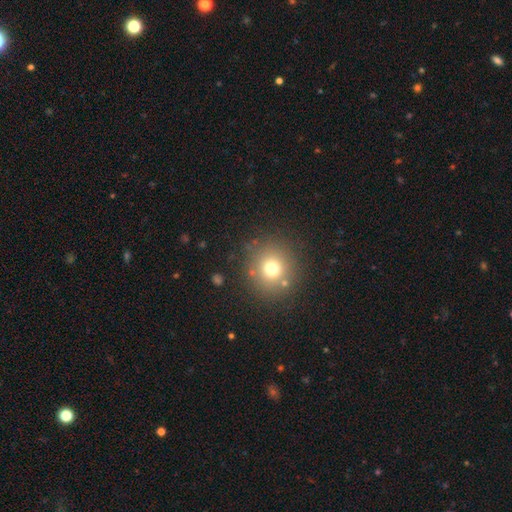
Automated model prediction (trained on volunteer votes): Smooth or featured? Predicted: smooth (p=0.65). How rounded? Predicted: round (p=0.93). Merging? Predicted: none (p=0.87).